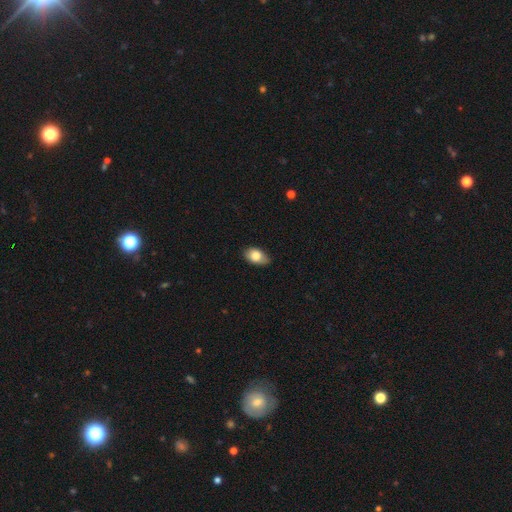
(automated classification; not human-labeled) smooth 81%, featured or disk 12%, star or artifact 7%. Down the decision tree: how rounded — in between (89%); merging — none (74%).